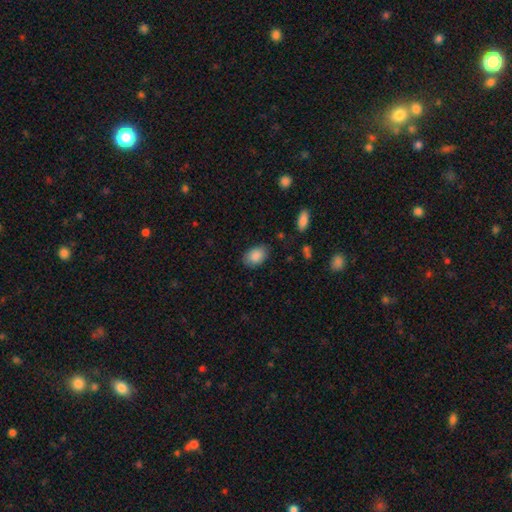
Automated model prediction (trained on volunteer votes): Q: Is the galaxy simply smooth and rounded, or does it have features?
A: smooth — 88%.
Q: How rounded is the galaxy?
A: in between — 83%.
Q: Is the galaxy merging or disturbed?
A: none — 78%.